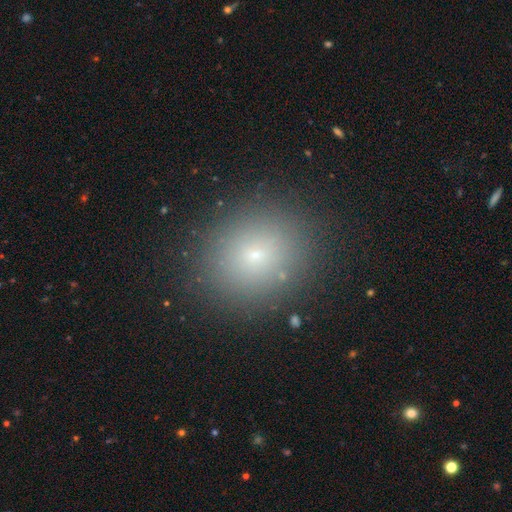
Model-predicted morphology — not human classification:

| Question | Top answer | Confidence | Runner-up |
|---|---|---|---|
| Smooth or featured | smooth | 69% | star or artifact (19%) |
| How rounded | round | 74% | in between (25%) |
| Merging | none | 86% | minor disturbance (9%) |